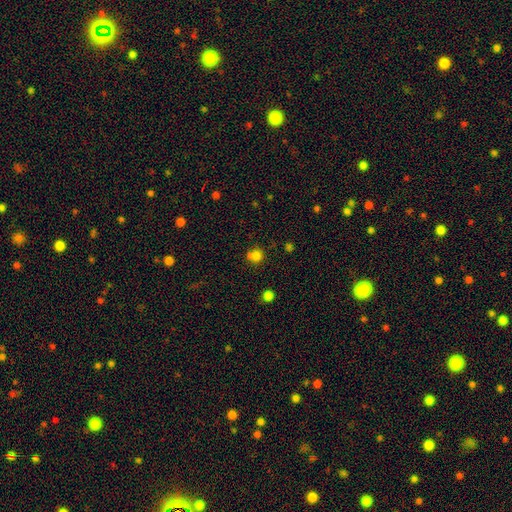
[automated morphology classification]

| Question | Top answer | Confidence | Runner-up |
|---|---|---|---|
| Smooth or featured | smooth | 79% | star or artifact (15%) |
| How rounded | round | 87% | in between (12%) |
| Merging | none | 62% | merger (20%) |